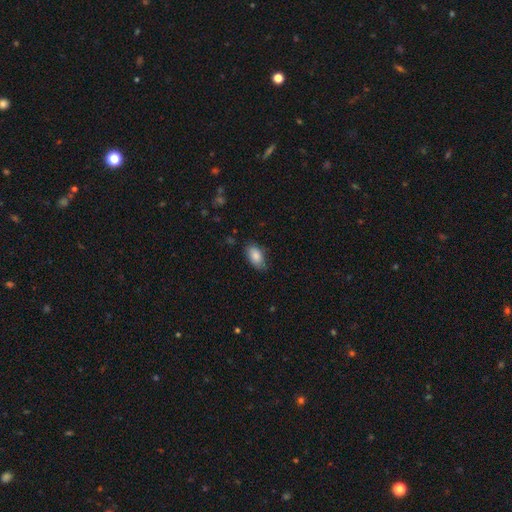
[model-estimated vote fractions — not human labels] Morphology: type=smooth (85%); roundness=in between (93%); merging=none (74%).